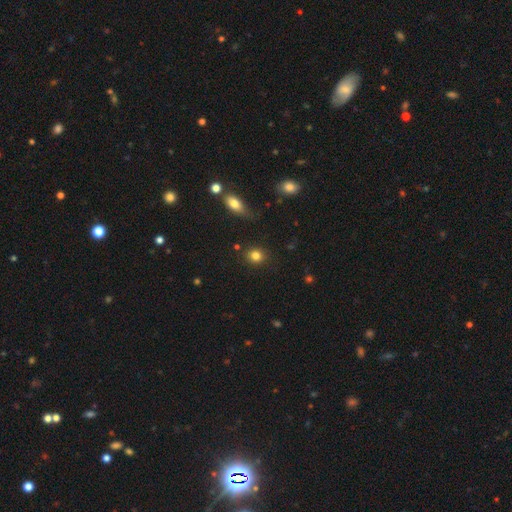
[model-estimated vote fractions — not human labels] smooth-or-featured: smooth: 83% | star or artifact: 11% | featured or disk: 6%
  how-rounded: round: 74% | in between: 24% | cigar-shaped: 1%
  merging: none: 86% | minor disturbance: 9% | major disturbance: 3% | merger: 2%